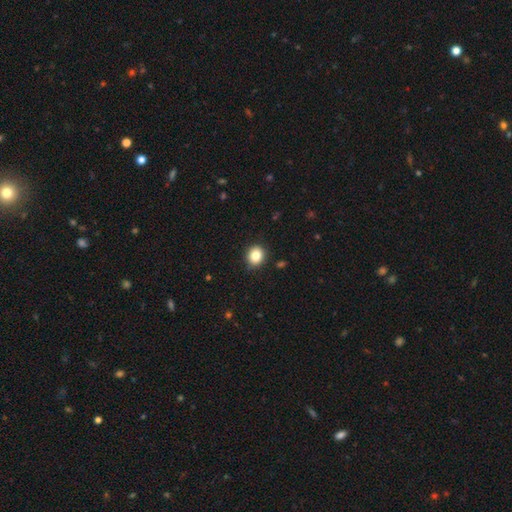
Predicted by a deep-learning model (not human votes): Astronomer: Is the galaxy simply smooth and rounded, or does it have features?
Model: smooth — 84%.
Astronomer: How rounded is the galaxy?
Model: round — 77%.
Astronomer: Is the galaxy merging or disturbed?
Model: none — 90%.